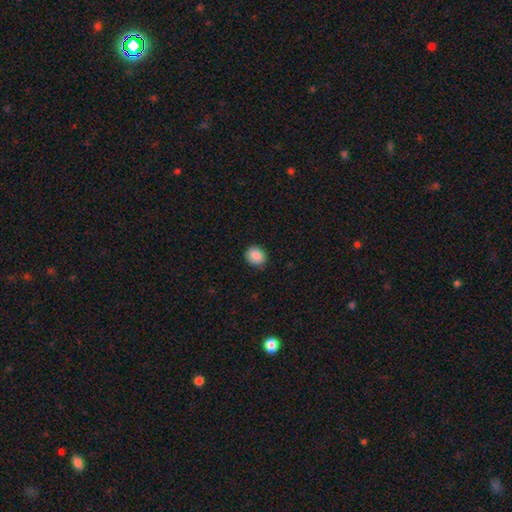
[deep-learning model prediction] A smooth galaxy with no disk features (89%) that is round (66%). Merging: none (86%).